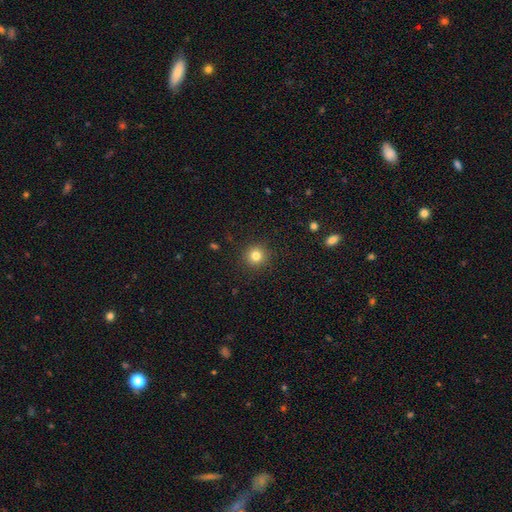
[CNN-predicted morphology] Smooth or featured? smooth (81%)
How rounded? round (94%)
Merging? none (91%)